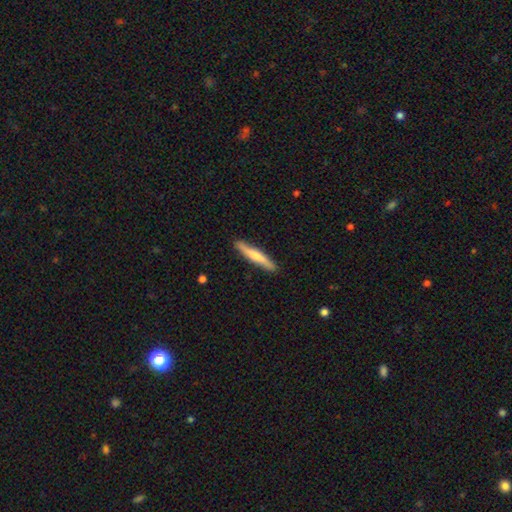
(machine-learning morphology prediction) smooth_or_featured: smooth (p=0.61) [alt: featured or disk p=0.34]
how_rounded: cigar-shaped (p=0.93) [alt: in between p=0.06]
merging: none (p=0.89) [alt: minor disturbance p=0.09]